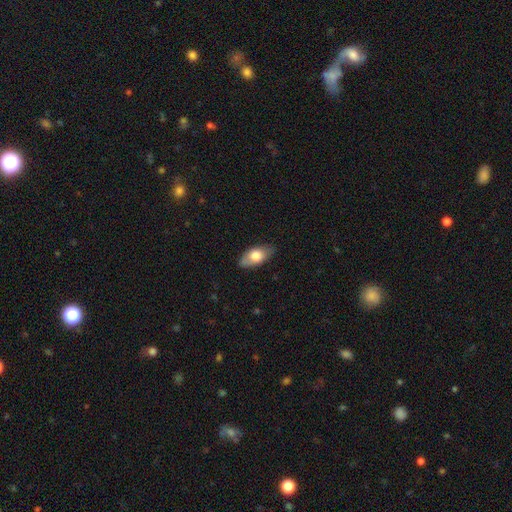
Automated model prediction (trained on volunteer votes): Smooth or featured: smooth — 69% (featured or disk — 25%)
How rounded: in between — 90% (cigar-shaped — 6%)
Merging: none — 78% (minor disturbance — 18%)